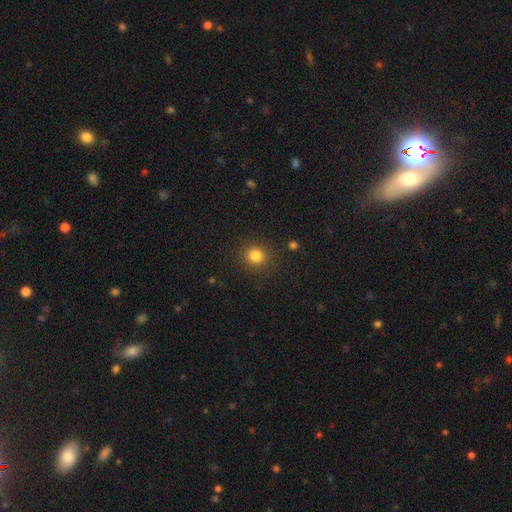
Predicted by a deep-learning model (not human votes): Smooth or featured? smooth (82%)
How rounded? round (90%)
Merging? none (88%)